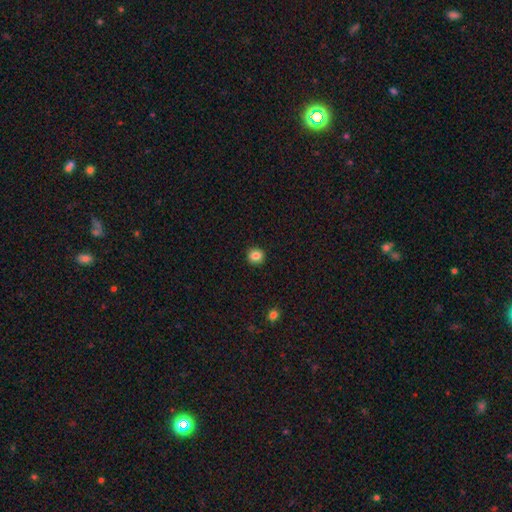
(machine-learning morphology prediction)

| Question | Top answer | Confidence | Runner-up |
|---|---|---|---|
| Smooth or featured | smooth | 84% | star or artifact (10%) |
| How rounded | round | 92% | in between (7%) |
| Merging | none | 93% | minor disturbance (5%) |